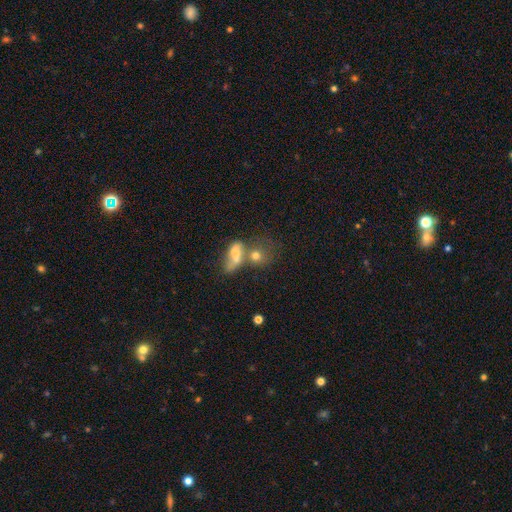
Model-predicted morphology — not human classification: type=smooth (67%); roundness=round (49%); merging=merger (52%).